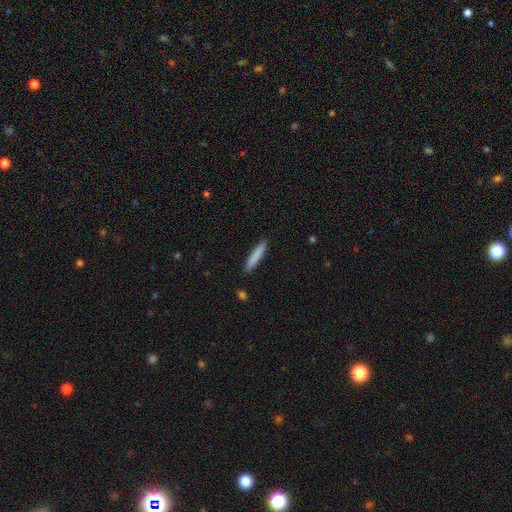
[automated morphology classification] Q: Smooth or featured?
A: smooth (83%); runner-up: featured or disk (11%)
Q: How rounded?
A: cigar-shaped (91%); runner-up: in between (7%)
Q: Merging?
A: none (90%); runner-up: minor disturbance (7%)